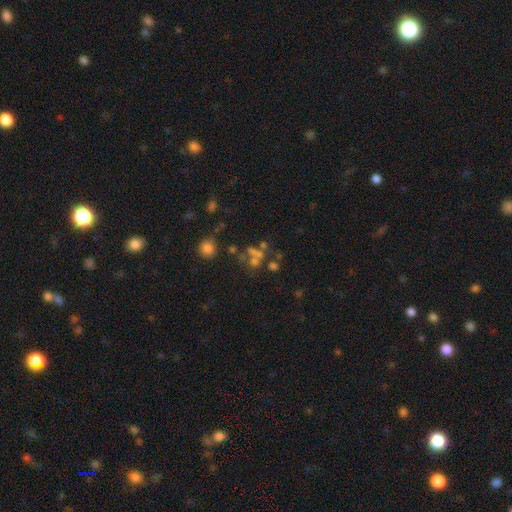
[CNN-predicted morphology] Smooth or featured? Predicted: smooth (p=0.48). Merging? Predicted: merger (p=0.39).